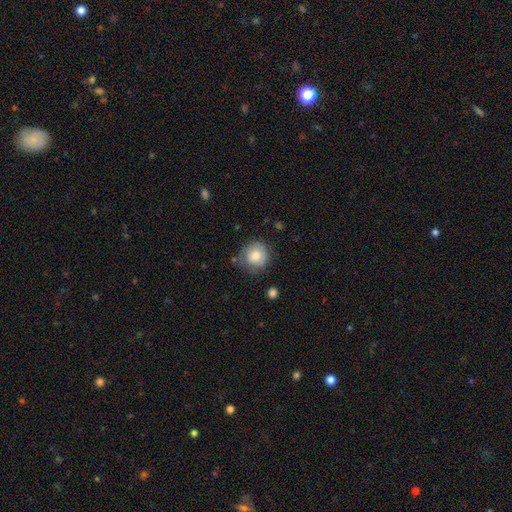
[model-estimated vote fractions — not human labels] Smooth or featured? smooth (78%)
How rounded? round (88%)
Merging? none (63%)